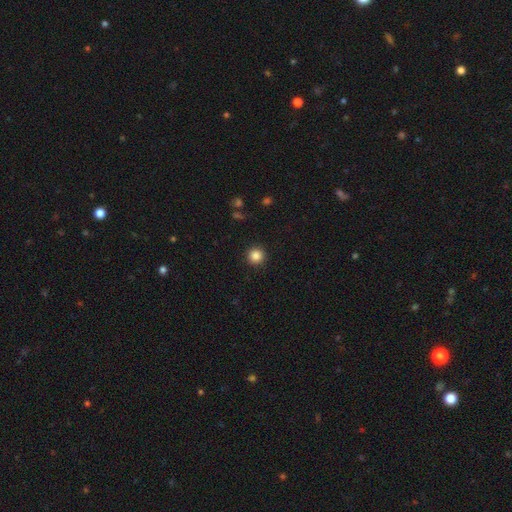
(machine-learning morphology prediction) Smooth or featured: smooth — 85% (star or artifact — 11%)
How rounded: round — 96% (in between — 3%)
Merging: none — 93% (minor disturbance — 5%)